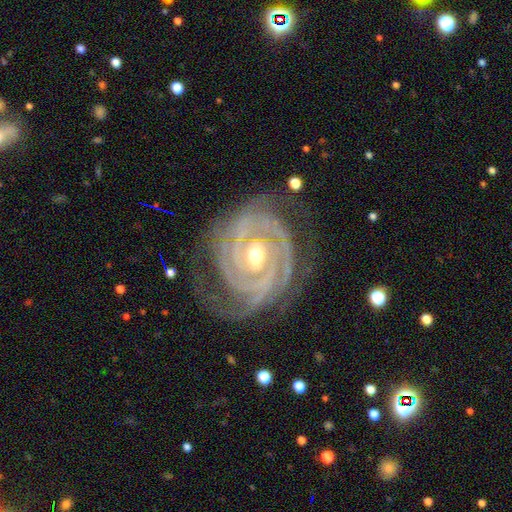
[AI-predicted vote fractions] Smooth or featured?
  - featured or disk: 90% *
  - star or artifact: 5%
  - smooth: 5%
Edge-on disk?
  - no: 97% *
  - yes: 3%
Bar?
  - no: 51% *
  - weak: 33%
  - strong: 16%
Spiral arms?
  - yes: 96% *
  - no: 4%
Spiral winding?
  - tight: 75% *
  - medium: 20%
  - loose: 5%
Spiral arm count?
  - can't tell: 27% *
  - 3: 22%
  - 2: 21%
  - 4: 14%
  - more than 4: 8%
  - 1: 7%
Bulge size?
  - moderate: 63% *
  - small: 32%
  - large: 4%
  - none: 1%
  - dominant: 1%
Merging?
  - none: 63% *
  - minor disturbance: 21%
  - major disturbance: 15%
  - merger: 2%